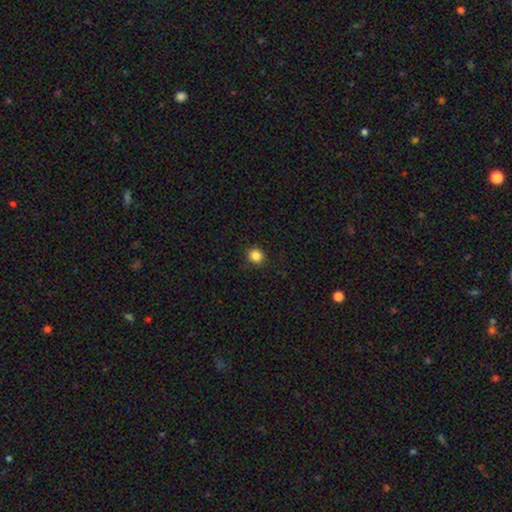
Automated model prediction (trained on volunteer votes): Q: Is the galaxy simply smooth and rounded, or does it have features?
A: smooth — 85%.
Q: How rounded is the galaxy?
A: round — 86%.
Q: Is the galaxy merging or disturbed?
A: none — 91%.